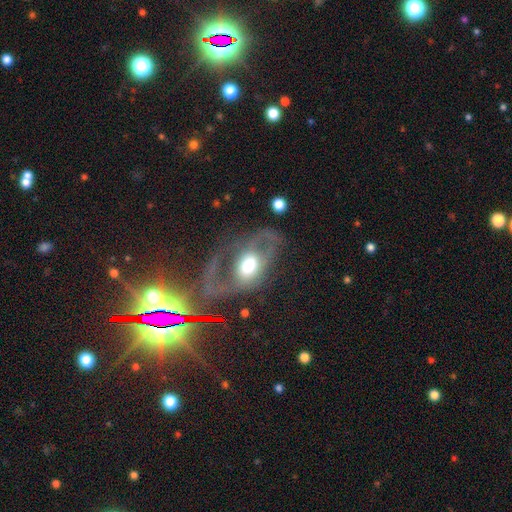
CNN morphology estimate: featured or disk 66%, smooth 19%, star or artifact 15%. Down the decision tree: edge-on disk — no (92%); bar — no (57%); spiral arms — yes (63%); bulge size — moderate (52%); merging — none (52%).